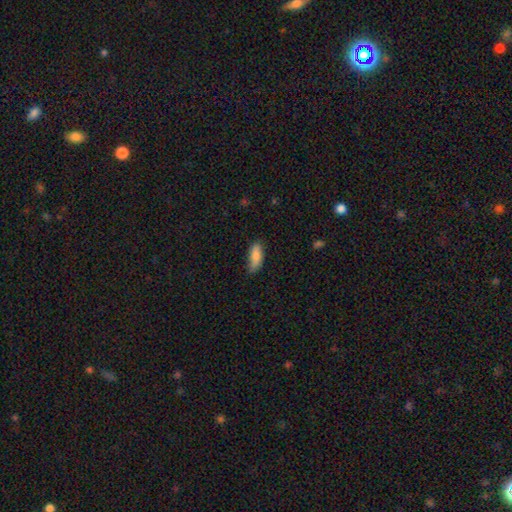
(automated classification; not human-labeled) Morphology: type=smooth (80%); roundness=in between (74%); merging=none (70%).